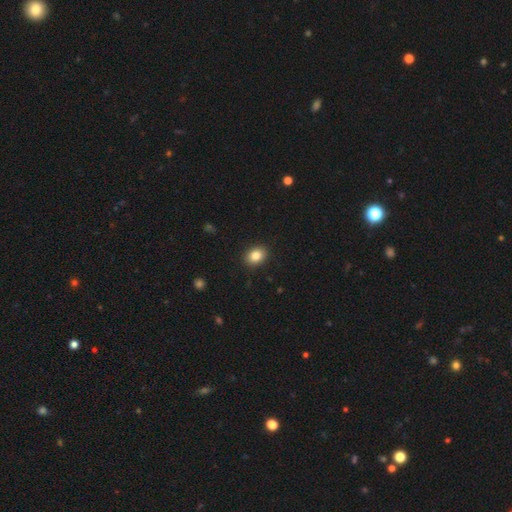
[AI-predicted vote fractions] smooth_or_featured: smooth (p=0.84) [alt: star or artifact p=0.09]
how_rounded: in between (p=0.56) [alt: round p=0.43]
merging: none (p=0.90) [alt: minor disturbance p=0.07]